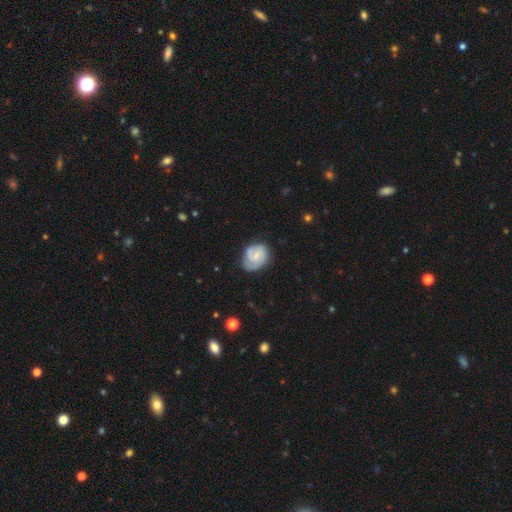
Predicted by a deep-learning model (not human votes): This is likely a featured or disk galaxy (61%). It is clearly not viewed edge-on (98%). Bar: possibly no (54%). Spiral arm pattern: clearly yes (88%). Spiral arm count: possibly 2 (51%). Spiral winding: possibly tight (50%). Central bulge: possibly small (57%). Merging: likely none (61%).